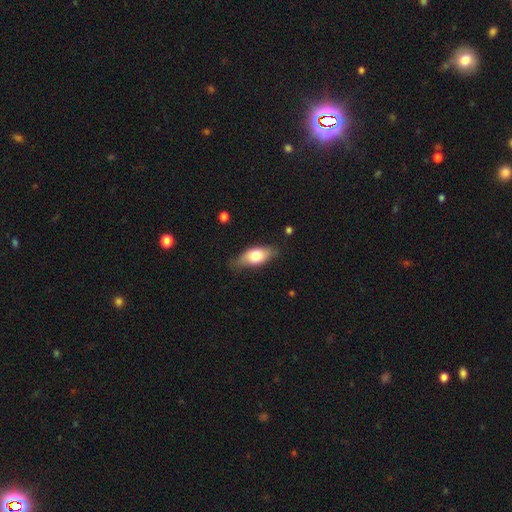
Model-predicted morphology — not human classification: Smooth or featured?
  - smooth: 70% *
  - featured or disk: 24%
  - star or artifact: 6%
How rounded?
  - in between: 82% *
  - cigar-shaped: 14%
  - round: 4%
Merging?
  - none: 73% *
  - minor disturbance: 22%
  - major disturbance: 4%
  - merger: 1%